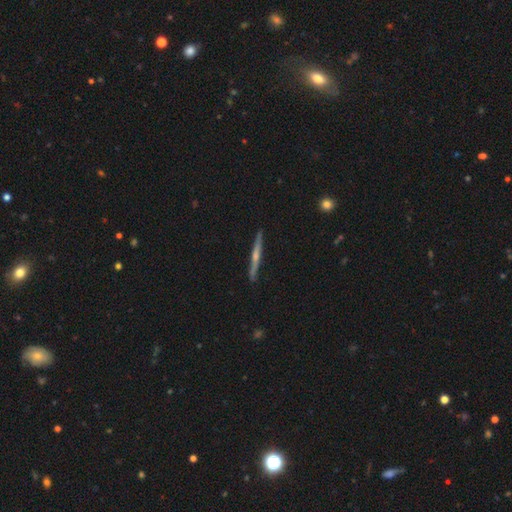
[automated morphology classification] Overall: featured or disk (74%). Edge-on disk: yes (98%). Edge-on bulge: rounded (76%). Merging: none (91%).